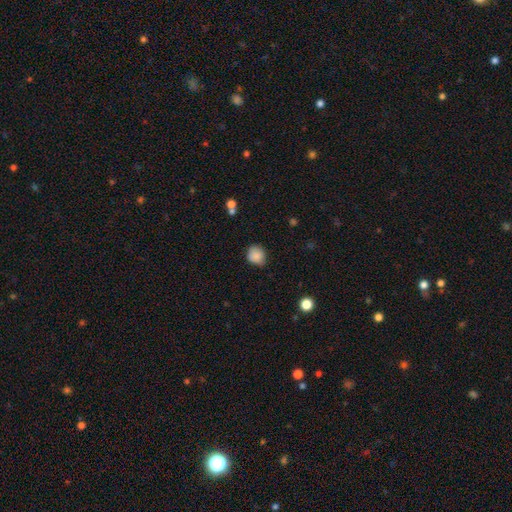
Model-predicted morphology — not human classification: Smooth or featured? smooth (85%)
How rounded? round (77%)
Merging? none (72%)